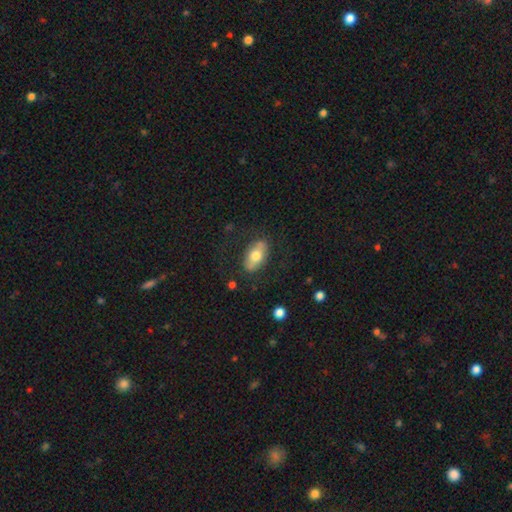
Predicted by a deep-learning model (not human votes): Smooth or featured? smooth (62%)
How rounded? in between (91%)
Merging? none (79%)